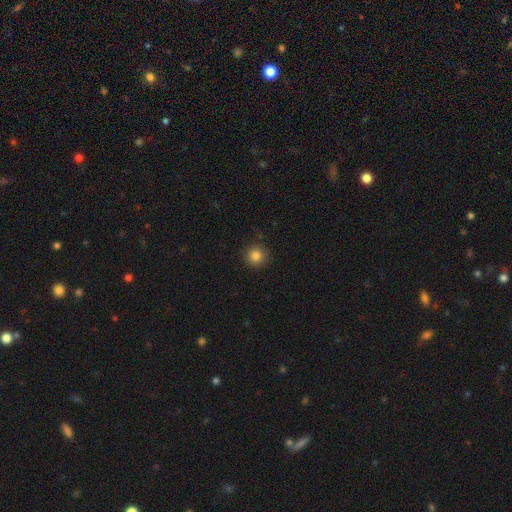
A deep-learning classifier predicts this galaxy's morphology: Overall: smooth (83%). How rounded: round (95%). Merging: none (90%).